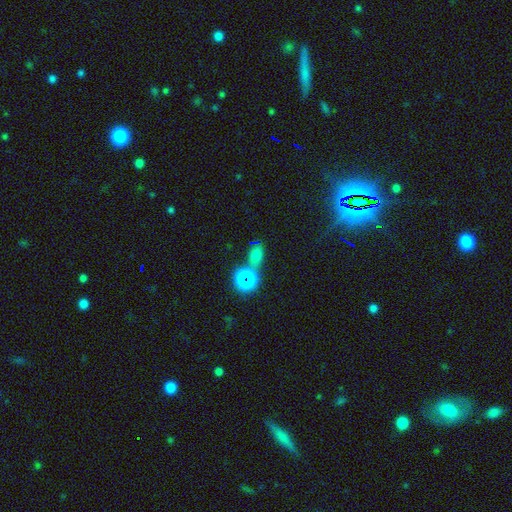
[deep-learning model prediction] smooth_or_featured: smooth (p=0.62) [alt: star or artifact p=0.30]
how_rounded: in between (p=0.54) [alt: round p=0.44]
merging: none (p=0.66) [alt: merger p=0.17]